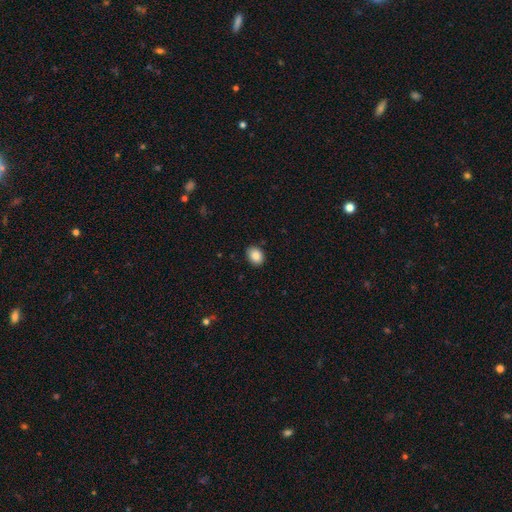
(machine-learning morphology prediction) A smooth galaxy with no disk features (87%) that is in between round and cigar-shaped (60%).

Vote fractions:
- Smooth or featured? smooth: 87% / star or artifact: 8% / featured or disk: 5%
- How rounded? in between: 60% / round: 39% / cigar-shaped: 1%
- Merging? none: 88% / minor disturbance: 9% / major disturbance: 2% / merger: 1%